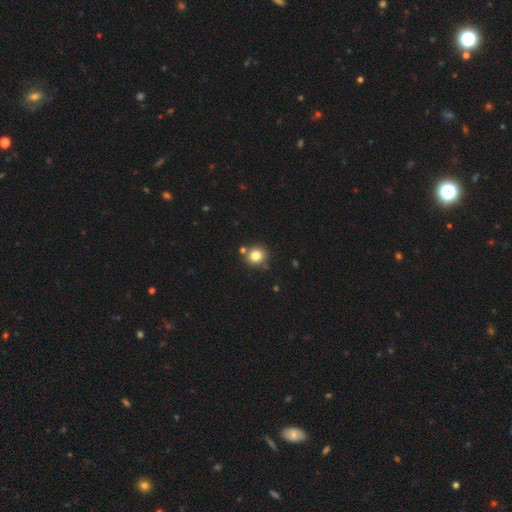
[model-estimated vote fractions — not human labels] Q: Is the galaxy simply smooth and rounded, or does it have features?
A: smooth — 81%.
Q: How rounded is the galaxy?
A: round — 87%.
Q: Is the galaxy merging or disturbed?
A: none — 78%.